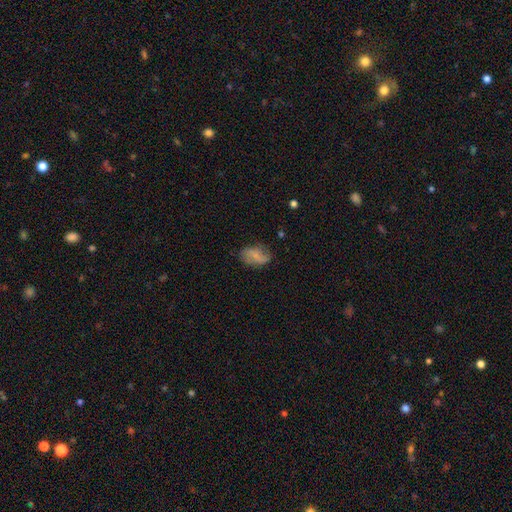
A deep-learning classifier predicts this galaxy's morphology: type=smooth (60%); roundness=in between (86%); merging=none (65%).